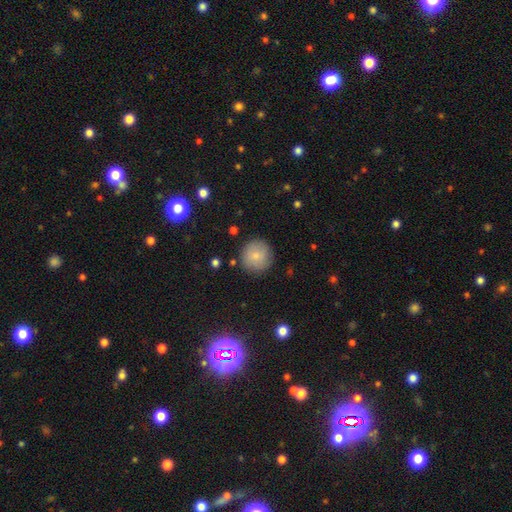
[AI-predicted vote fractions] Overall: smooth (82%). How rounded: round (94%). Merging: none (86%).